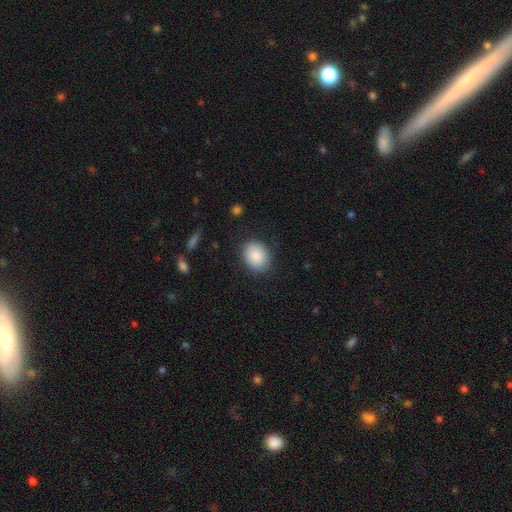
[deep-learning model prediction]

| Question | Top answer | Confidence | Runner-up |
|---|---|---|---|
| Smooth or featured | smooth | 87% | star or artifact (7%) |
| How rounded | in between | 54% | round (45%) |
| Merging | none | 85% | minor disturbance (11%) |